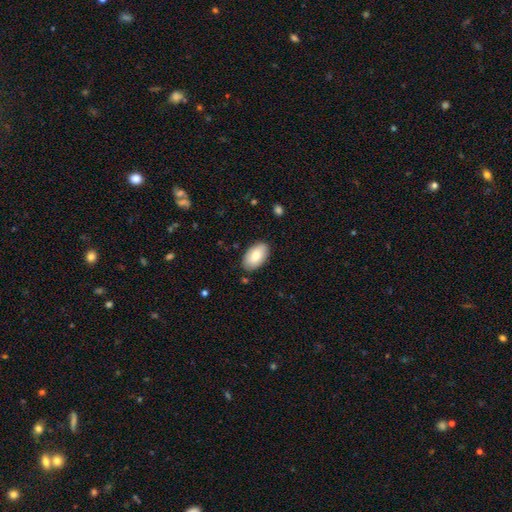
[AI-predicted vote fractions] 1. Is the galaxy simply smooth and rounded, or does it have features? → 80% smooth, 14% featured or disk, 6% star or artifact.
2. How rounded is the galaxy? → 95% in between, 3% round, 1% cigar-shaped.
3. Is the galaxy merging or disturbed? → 86% none, 11% minor disturbance, 2% major disturbance, 1% merger.